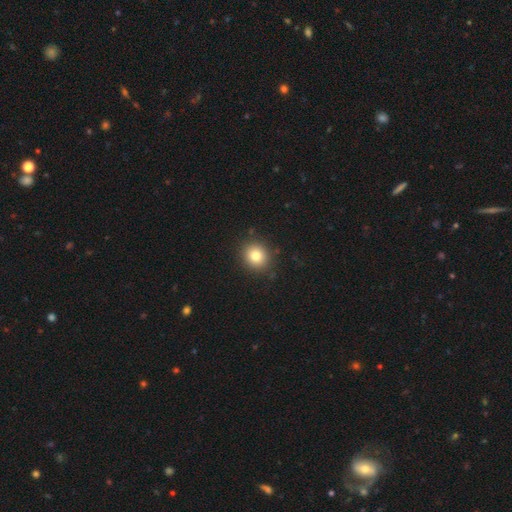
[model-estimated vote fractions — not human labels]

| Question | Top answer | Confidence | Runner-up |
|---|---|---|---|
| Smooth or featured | smooth | 80% | star or artifact (12%) |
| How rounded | round | 85% | in between (14%) |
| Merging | none | 89% | minor disturbance (7%) |